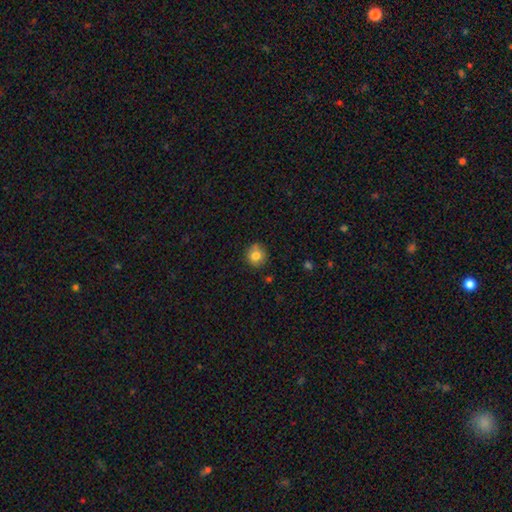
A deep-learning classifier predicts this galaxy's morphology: smooth_or_featured: smooth (p=0.80) [alt: star or artifact p=0.10]
how_rounded: round (p=0.89) [alt: in between p=0.10]
merging: none (p=0.79) [alt: minor disturbance p=0.14]